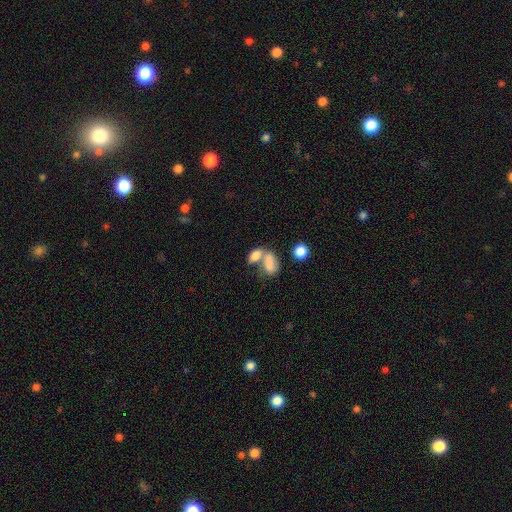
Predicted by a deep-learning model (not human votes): smooth-or-featured: smooth: 80% | featured or disk: 11% | star or artifact: 9%
  how-rounded: in between: 87% | round: 9% | cigar-shaped: 4%
  merging: merger: 59% | none: 25% | minor disturbance: 9% | major disturbance: 7%